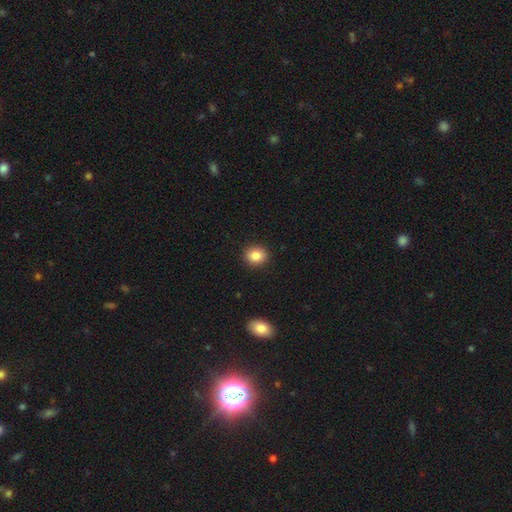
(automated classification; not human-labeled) The model was most divided on "how rounded": round: 69%, in between: 30%, cigar-shaped: 1%. More confident: merging — none (91%); smooth or featured — smooth (85%).